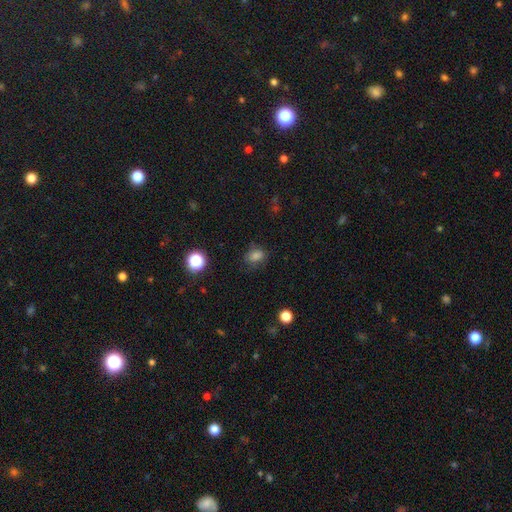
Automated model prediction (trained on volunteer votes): A smooth galaxy with no disk features (78%) that is in between round and cigar-shaped (63%). Merging: none (69%).